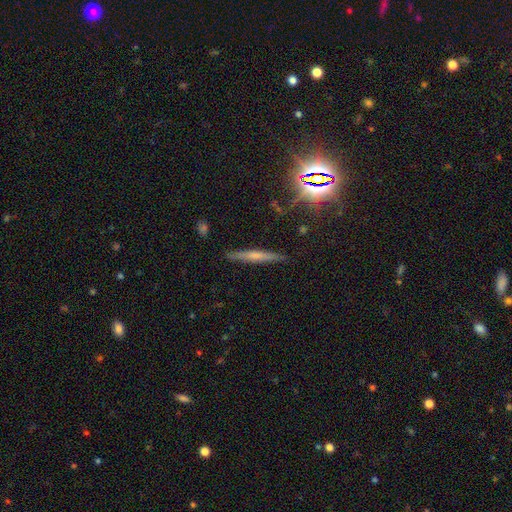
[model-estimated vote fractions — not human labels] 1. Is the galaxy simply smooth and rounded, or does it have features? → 45% featured or disk, 43% smooth, 11% star or artifact.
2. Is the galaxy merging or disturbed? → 88% none, 9% minor disturbance, 2% major disturbance, 2% merger.